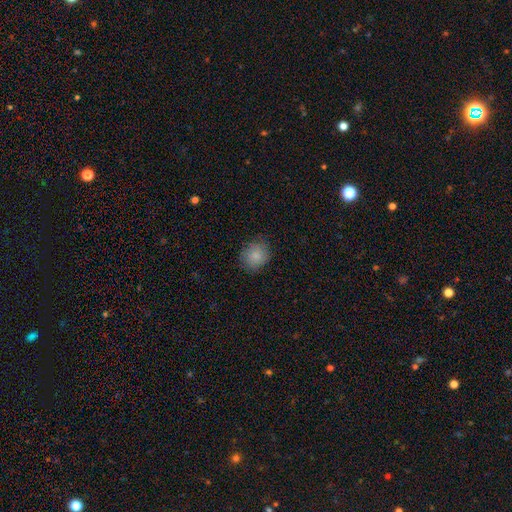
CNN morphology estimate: A smooth galaxy with no disk features (86%) that is round (72%).

Vote fractions:
- Smooth or featured? smooth: 86% / star or artifact: 8% / featured or disk: 6%
- How rounded? round: 72% / in between: 27% / cigar-shaped: 1%
- Merging? none: 83% / minor disturbance: 13% / major disturbance: 3% / merger: 1%